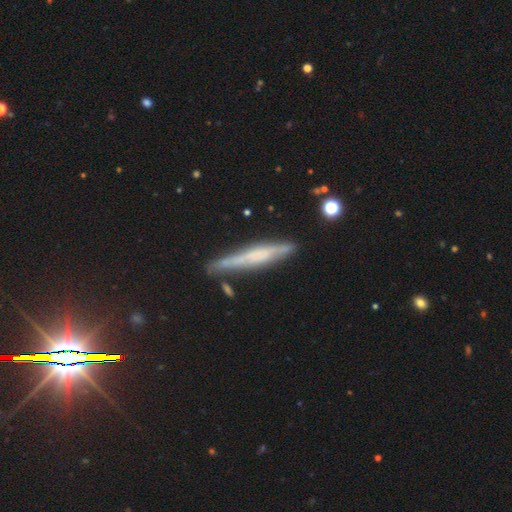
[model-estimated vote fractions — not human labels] smooth_or_featured: featured or disk (p=0.60) [alt: smooth p=0.32]
disk_edge_on: yes (p=0.93) [alt: no p=0.07]
edge_on_bulge: none (p=0.46) [alt: rounded p=0.28]
merging: none (p=0.78) [alt: minor disturbance p=0.15]